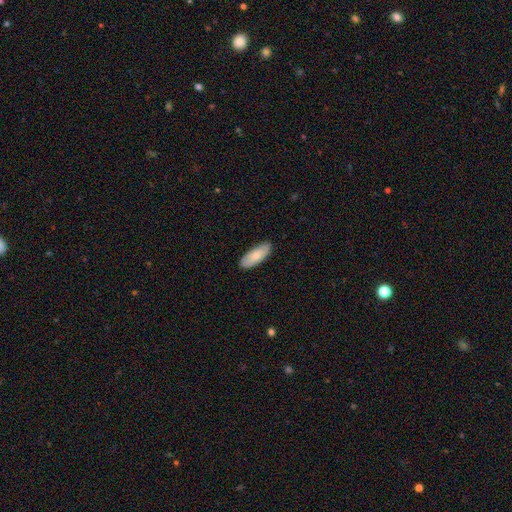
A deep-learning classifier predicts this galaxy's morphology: A smooth galaxy with no disk features (81%) that is in between round and cigar-shaped (74%). Merging: none (87%).